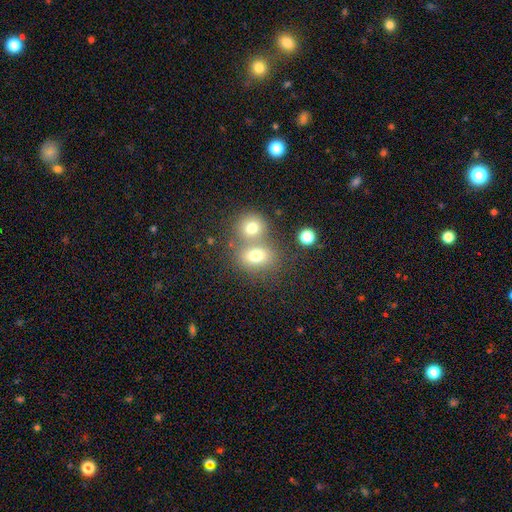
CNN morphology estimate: smooth 74%, featured or disk 13%, star or artifact 13%. Down the decision tree: how rounded — round (52%); merging — merger (47%).